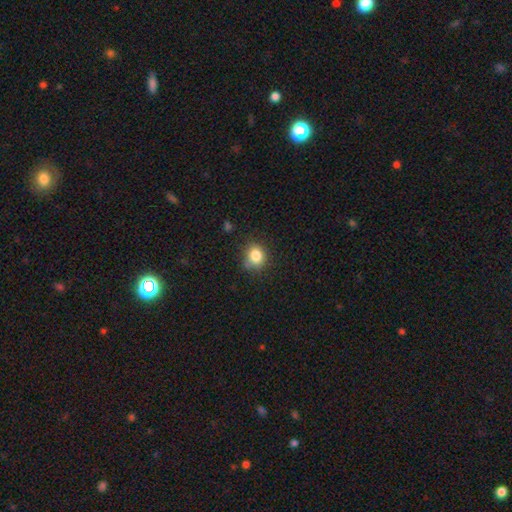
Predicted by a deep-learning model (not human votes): Smooth or featured? smooth (82%)
How rounded? round (71%)
Merging? none (72%)